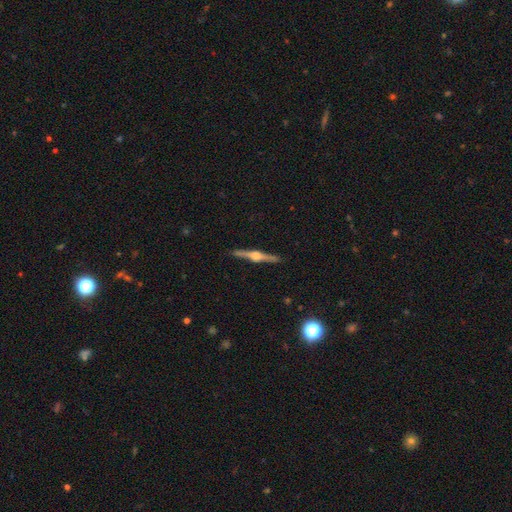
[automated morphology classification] Overall: featured or disk (83%). Edge-on disk: yes (98%). Edge-on bulge: rounded (93%). Merging: none (92%).